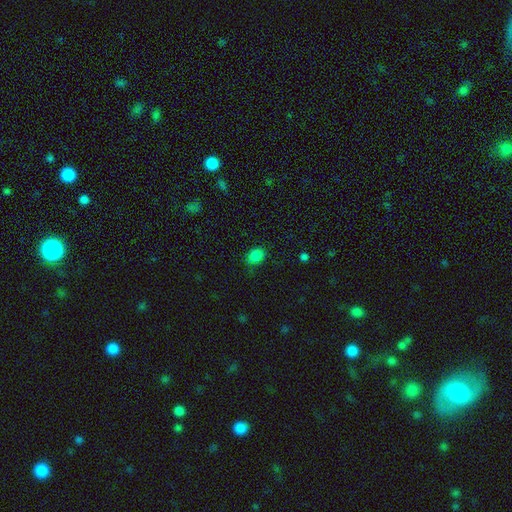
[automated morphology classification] Q: Smooth or featured?
A: smooth (84%); runner-up: star or artifact (12%)
Q: How rounded?
A: in between (60%); runner-up: round (39%)
Q: Merging?
A: none (81%); runner-up: minor disturbance (15%)